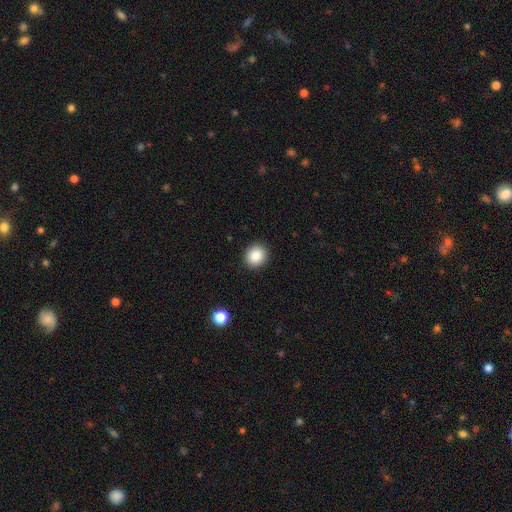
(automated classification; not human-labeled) smooth_or_featured: smooth (p=0.86) [alt: star or artifact p=0.09]
how_rounded: round (p=0.86) [alt: in between p=0.14]
merging: none (p=0.92) [alt: minor disturbance p=0.06]